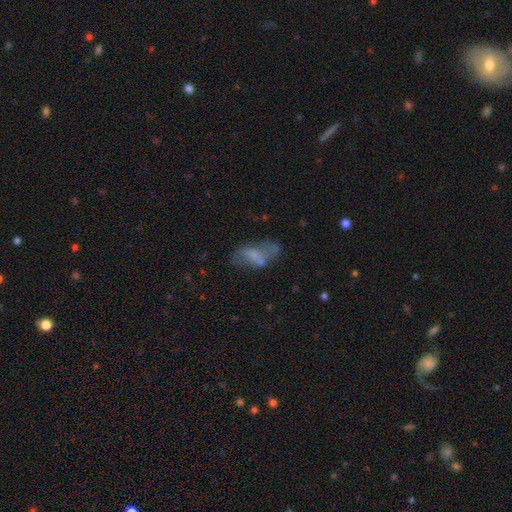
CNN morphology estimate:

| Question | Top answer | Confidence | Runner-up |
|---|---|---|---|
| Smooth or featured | smooth | 45% | featured or disk (44%) |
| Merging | none | 37% | major disturbance (23%) |